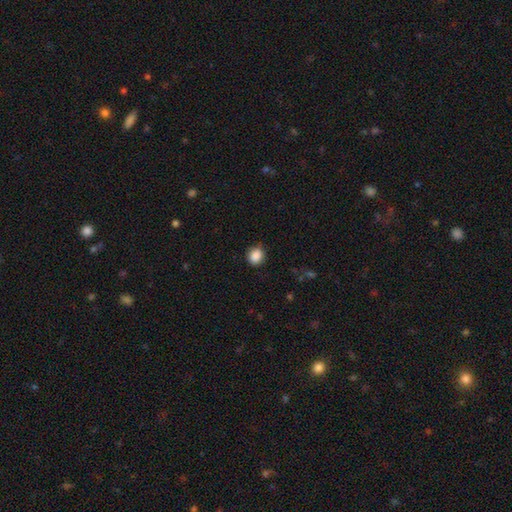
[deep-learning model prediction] This is clearly a smooth galaxy (88%). How rounded: likely round (79%). Merging: clearly none (84%).